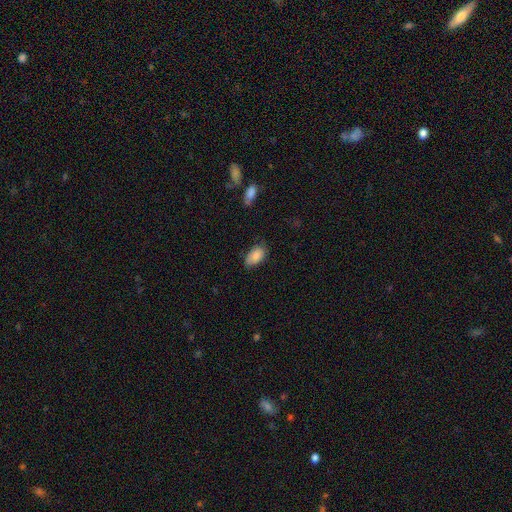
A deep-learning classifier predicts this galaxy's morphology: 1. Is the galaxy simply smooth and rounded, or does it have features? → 85% smooth, 8% featured or disk, 7% star or artifact.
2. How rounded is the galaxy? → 93% in between, 5% round, 2% cigar-shaped.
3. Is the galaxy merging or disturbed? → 66% none, 27% minor disturbance, 5% major disturbance, 1% merger.